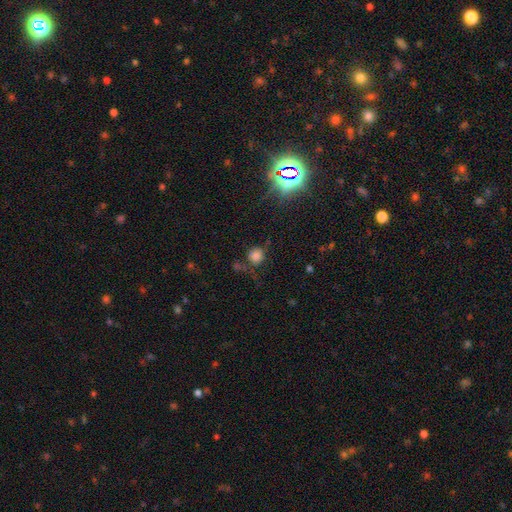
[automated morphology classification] This is likely a smooth galaxy (73%). How rounded: clearly round (88%). Merging: likely none (69%).